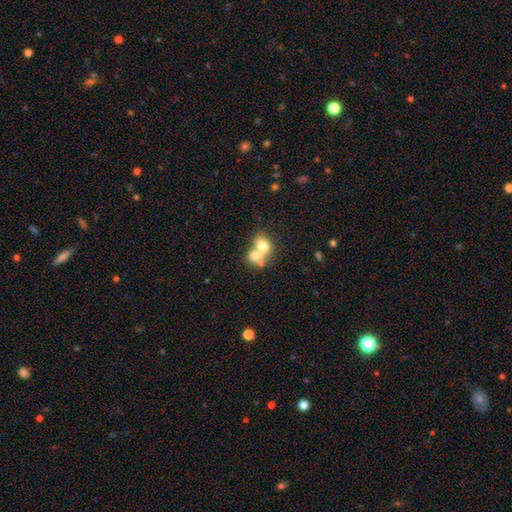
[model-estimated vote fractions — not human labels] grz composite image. It shows a smooth galaxy with no disk features (69%) that is round (52%). Merging: merger (72%).